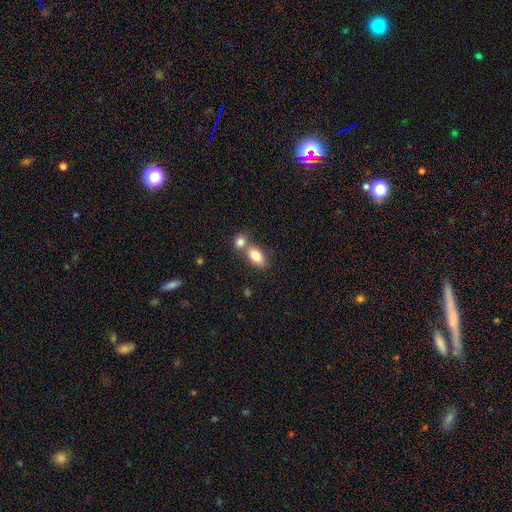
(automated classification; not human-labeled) This is clearly a smooth galaxy (80%). How rounded: clearly in between (84%). Merging: possibly merger (47%).